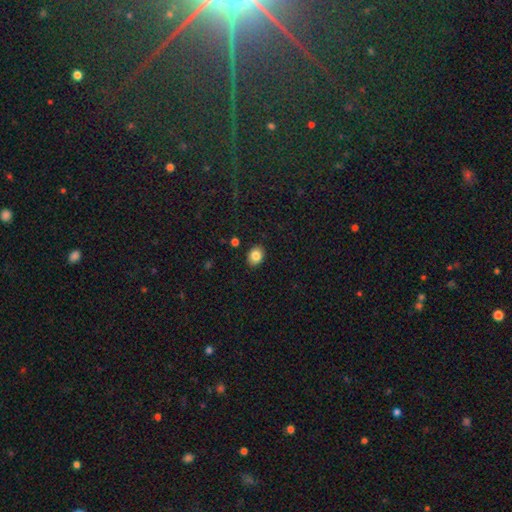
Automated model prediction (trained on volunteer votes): smooth-or-featured: smooth: 83% | star or artifact: 9% | featured or disk: 8%
  how-rounded: in between: 64% | round: 36% | cigar-shaped: 1%
  merging: none: 88% | minor disturbance: 8% | major disturbance: 2% | merger: 1%